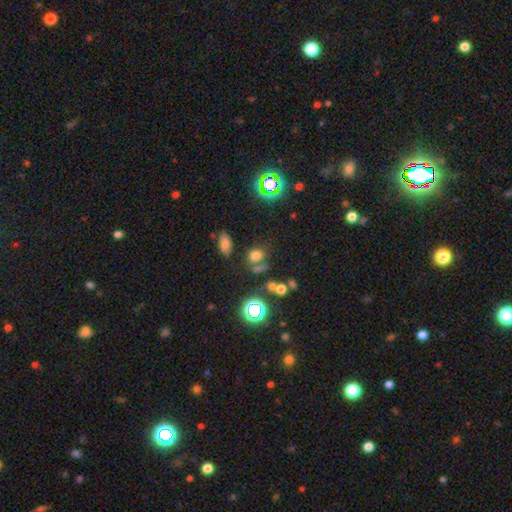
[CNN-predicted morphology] Smooth or featured?
  - smooth: 63% *
  - star or artifact: 28%
  - featured or disk: 9%
How rounded?
  - round: 58% *
  - in between: 40%
  - cigar-shaped: 3%
Merging?
  - none: 60% *
  - merger: 18%
  - minor disturbance: 14%
  - major disturbance: 8%